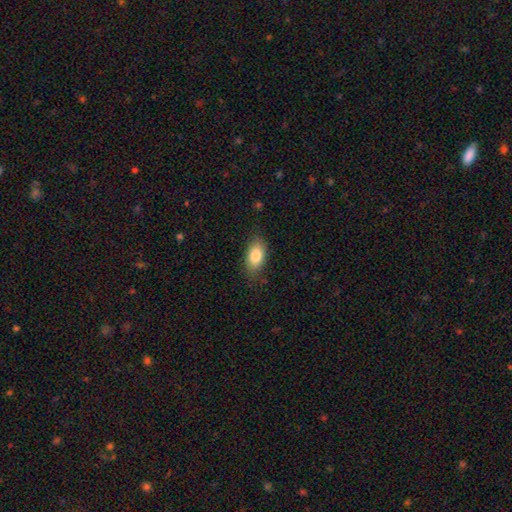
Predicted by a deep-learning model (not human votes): smooth-or-featured: smooth: 83% | featured or disk: 10% | star or artifact: 7%
  how-rounded: in between: 90% | round: 5% | cigar-shaped: 5%
  merging: none: 82% | minor disturbance: 14% | major disturbance: 3% | merger: 1%